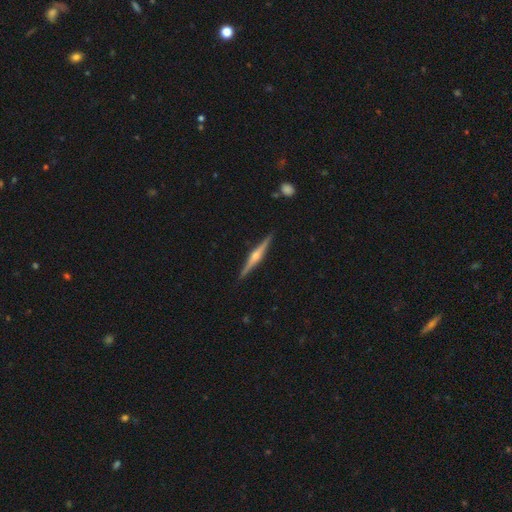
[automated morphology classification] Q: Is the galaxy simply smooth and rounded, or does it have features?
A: featured or disk — 81%.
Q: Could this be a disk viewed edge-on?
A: yes — 98%.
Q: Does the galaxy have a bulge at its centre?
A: rounded — 92%.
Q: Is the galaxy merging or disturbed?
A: none — 91%.